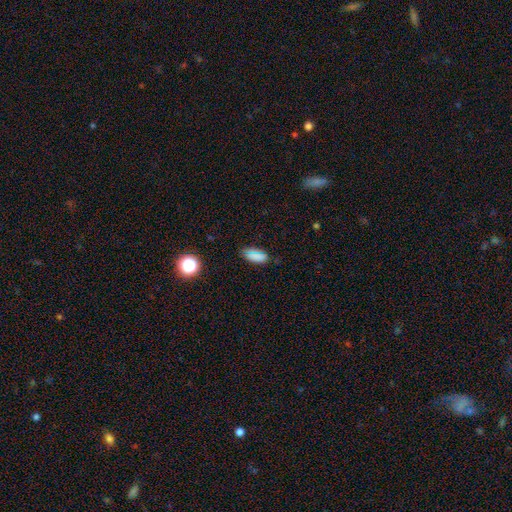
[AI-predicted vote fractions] Overall: smooth (74%). How rounded: in between (83%). Merging: none (81%).